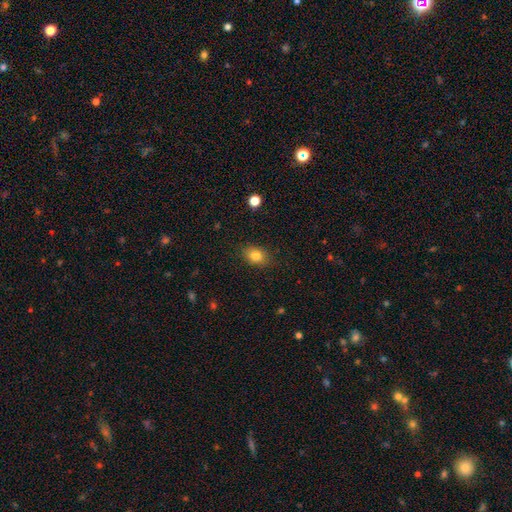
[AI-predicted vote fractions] Smooth or featured? smooth (82%)
How rounded? in between (64%)
Merging? none (85%)